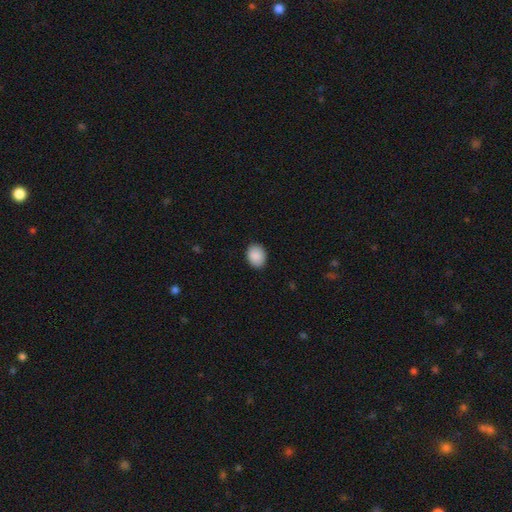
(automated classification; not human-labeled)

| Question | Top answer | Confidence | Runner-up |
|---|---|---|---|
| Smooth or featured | smooth | 90% | star or artifact (7%) |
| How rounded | in between | 59% | round (41%) |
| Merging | none | 90% | minor disturbance (8%) |